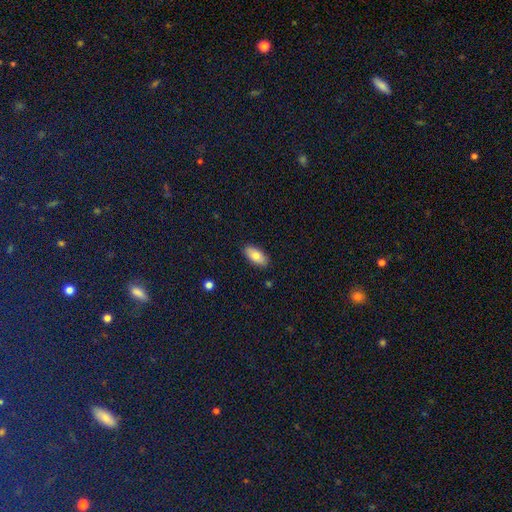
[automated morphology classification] Q: Smooth or featured?
A: smooth (79%); runner-up: featured or disk (14%)
Q: How rounded?
A: in between (89%); runner-up: cigar-shaped (9%)
Q: Merging?
A: none (88%); runner-up: minor disturbance (9%)